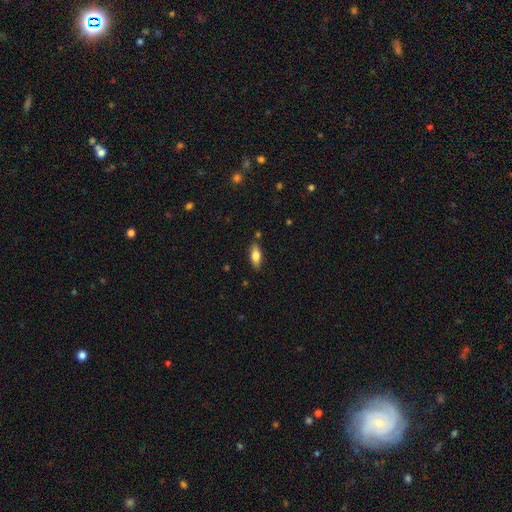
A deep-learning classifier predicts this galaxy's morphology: smooth_or_featured: smooth (p=0.76) [alt: featured or disk p=0.18]
how_rounded: in between (p=0.77) [alt: cigar-shaped p=0.20]
merging: none (p=0.83) [alt: minor disturbance p=0.12]